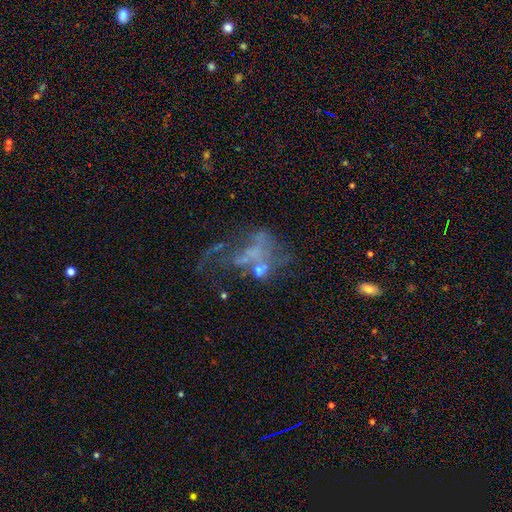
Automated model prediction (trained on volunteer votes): Smooth or featured? Predicted: featured or disk (p=0.57). Edge-on disk? Predicted: no (p=0.97). Bar? Predicted: no (p=0.85). Spiral arms? Predicted: no (p=0.81). Bulge size? Predicted: none (p=0.69). Merging? Predicted: major disturbance (p=0.42).